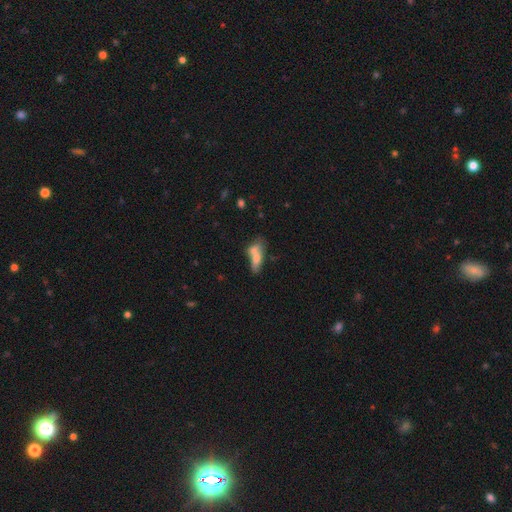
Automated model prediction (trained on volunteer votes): A smooth galaxy with no disk features (64%) that is in between round and cigar-shaped (64%). Merging: merger (55%).